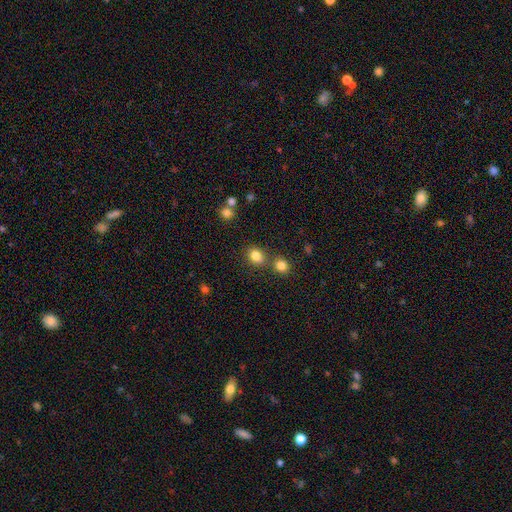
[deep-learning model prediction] smooth 82%, star or artifact 12%, featured or disk 6%. Down the decision tree: how rounded — round (57%); merging — none (65%).